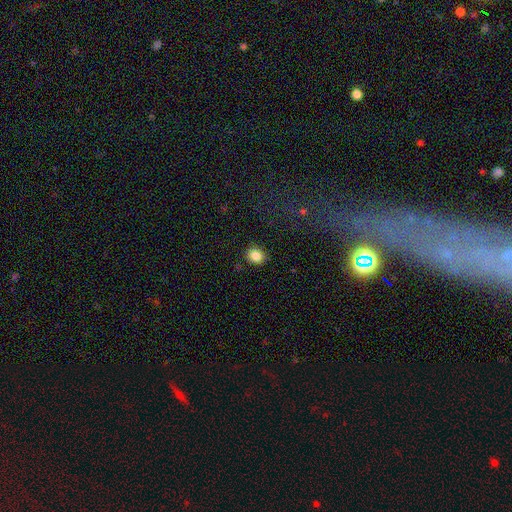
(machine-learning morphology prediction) The model was most divided on "how rounded": round: 70%, in between: 29%, cigar-shaped: 1%. More confident: merging — none (86%); smooth or featured — smooth (86%).